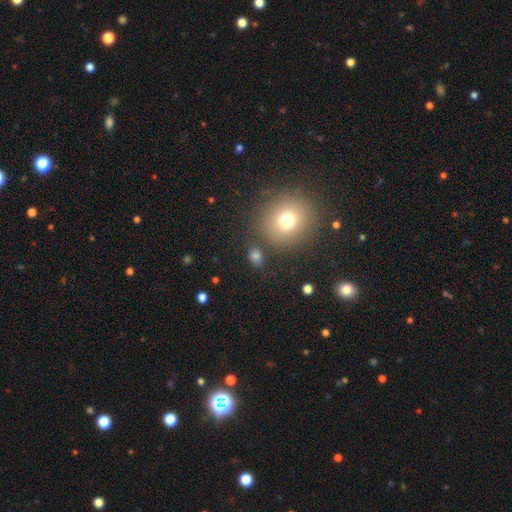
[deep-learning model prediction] smooth_or_featured: smooth (p=0.67) [alt: star or artifact p=0.24]
how_rounded: round (p=0.62) [alt: in between p=0.35]
merging: none (p=0.78) [alt: minor disturbance p=0.11]